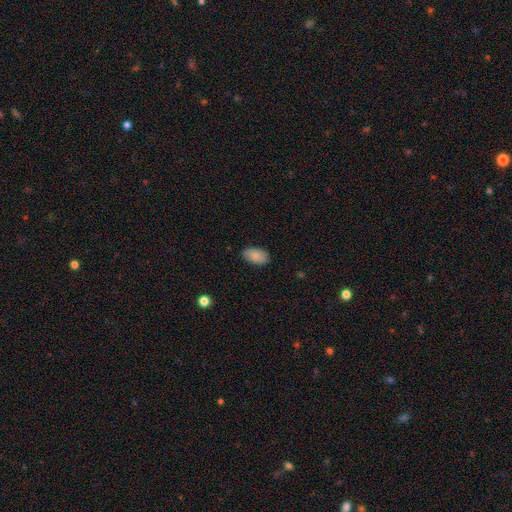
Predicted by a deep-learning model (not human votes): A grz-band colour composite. It shows a smooth galaxy with no disk features (87%) that is in between round and cigar-shaped (93%). Merging: none (85%).